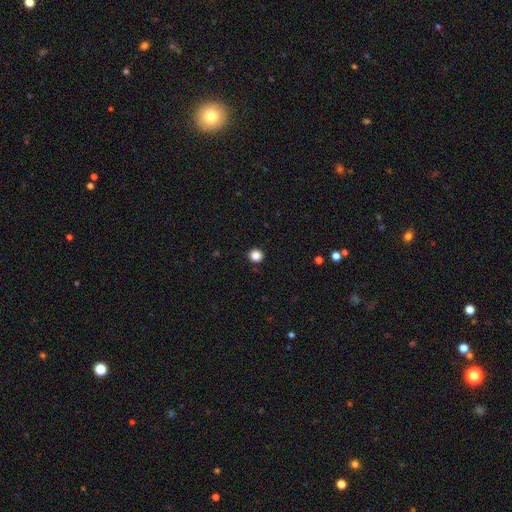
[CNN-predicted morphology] The model was most divided on "smooth or featured": smooth: 85%, star or artifact: 12%, featured or disk: 3%. More confident: how rounded — round (94%); merging — none (93%).